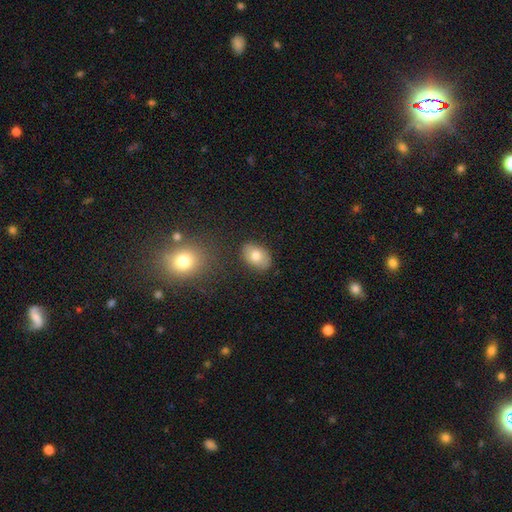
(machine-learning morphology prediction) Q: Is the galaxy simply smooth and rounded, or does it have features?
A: smooth — 78%.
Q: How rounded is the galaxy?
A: in between — 83%.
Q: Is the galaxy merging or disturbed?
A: none — 83%.